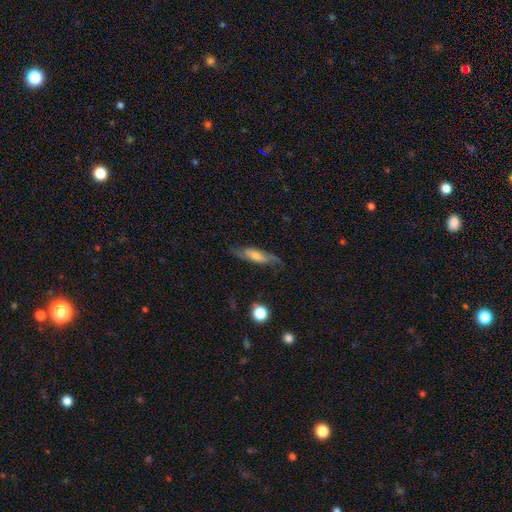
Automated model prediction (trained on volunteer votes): A featured or disk galaxy (63%).

Vote fractions:
- Smooth or featured? featured or disk: 63% / smooth: 29% / star or artifact: 8%
- Edge-on disk? no: 58% / yes: 42%
- Merging? none: 74% / minor disturbance: 17% / major disturbance: 7% / merger: 1%